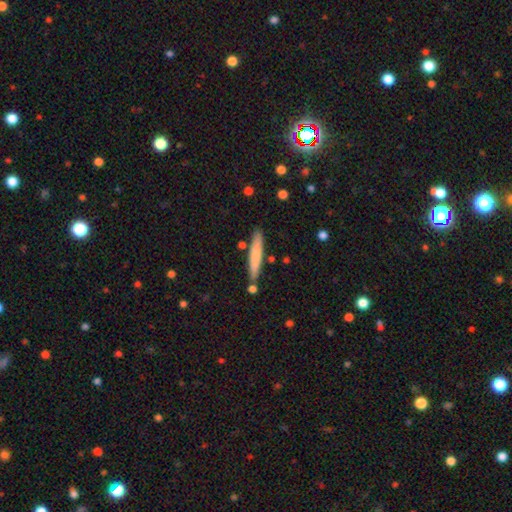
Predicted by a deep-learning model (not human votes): Overall: smooth (72%). How rounded: cigar-shaped (94%). Merging: none (84%).